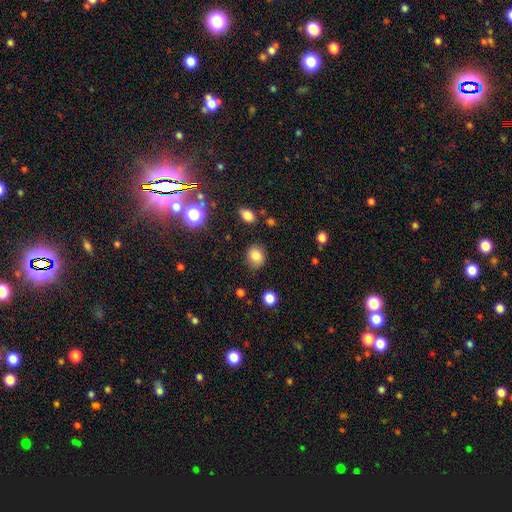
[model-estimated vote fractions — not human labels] smooth 83%, star or artifact 11%, featured or disk 5%. Down the decision tree: how rounded — round (58%); merging — none (82%).